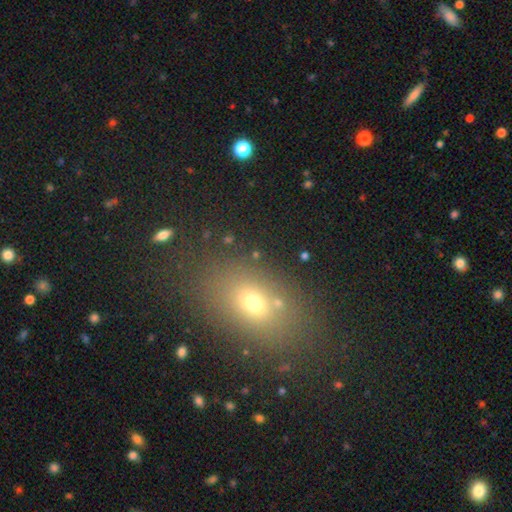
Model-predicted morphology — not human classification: Smooth or featured? Predicted: smooth (p=0.62). How rounded? Predicted: in between (p=0.68). Merging? Predicted: none (p=0.75).